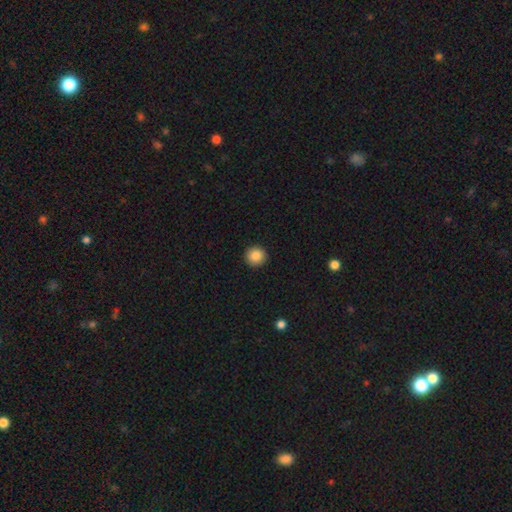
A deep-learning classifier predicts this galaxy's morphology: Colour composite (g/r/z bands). It shows a smooth galaxy with no disk features (86%) that is round (95%). Merging: none (93%).